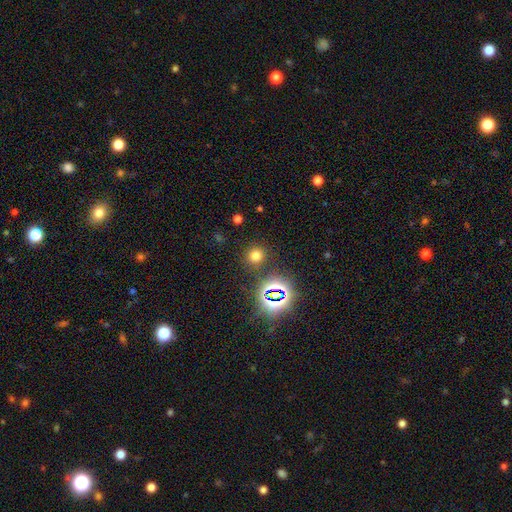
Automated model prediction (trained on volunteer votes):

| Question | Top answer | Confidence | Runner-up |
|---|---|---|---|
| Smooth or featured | smooth | 68% | star or artifact (26%) |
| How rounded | round | 88% | in between (11%) |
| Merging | none | 86% | minor disturbance (7%) |